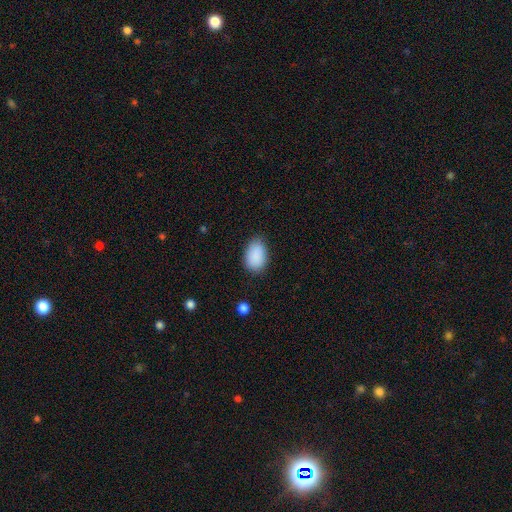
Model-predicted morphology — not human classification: Smooth or featured? Predicted: smooth (p=0.89). How rounded? Predicted: in between (p=0.89). Merging? Predicted: none (p=0.77).